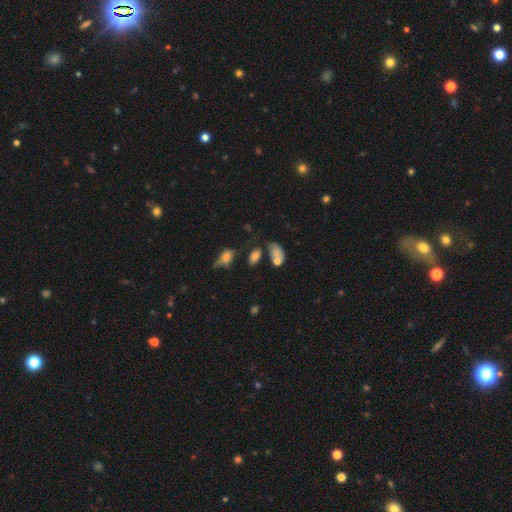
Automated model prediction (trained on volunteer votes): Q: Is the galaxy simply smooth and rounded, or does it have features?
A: smooth — 47%.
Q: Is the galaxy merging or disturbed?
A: none — 48%.